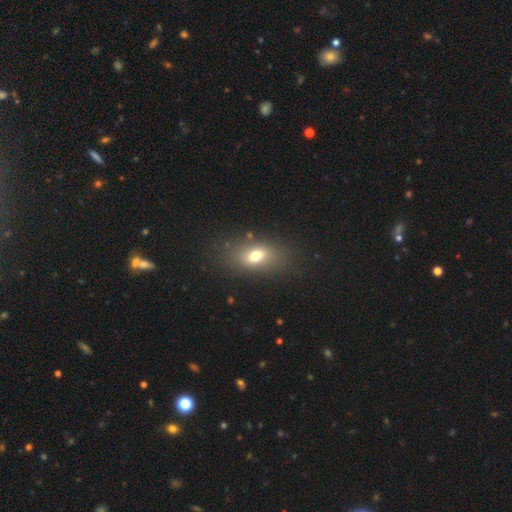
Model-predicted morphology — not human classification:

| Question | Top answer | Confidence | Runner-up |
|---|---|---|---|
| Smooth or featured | smooth | 70% | featured or disk (17%) |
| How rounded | in between | 79% | round (17%) |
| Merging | none | 80% | minor disturbance (11%) |